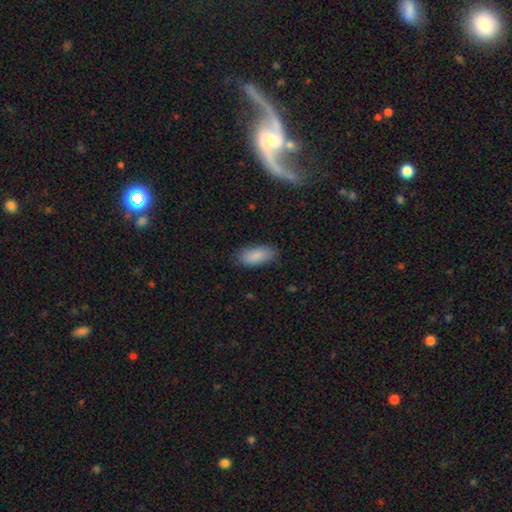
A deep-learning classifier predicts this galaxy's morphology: This is clearly a smooth galaxy (88%). How rounded: clearly in between (89%). Merging: clearly none (82%).